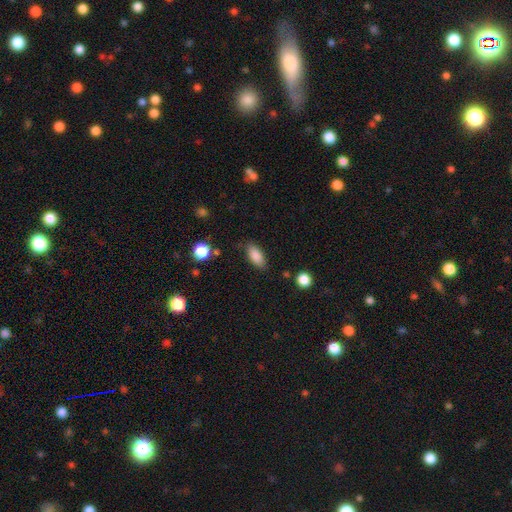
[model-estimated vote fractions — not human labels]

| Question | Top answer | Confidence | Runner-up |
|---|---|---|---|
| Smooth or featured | smooth | 86% | star or artifact (8%) |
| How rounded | in between | 86% | cigar-shaped (10%) |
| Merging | none | 82% | minor disturbance (13%) |